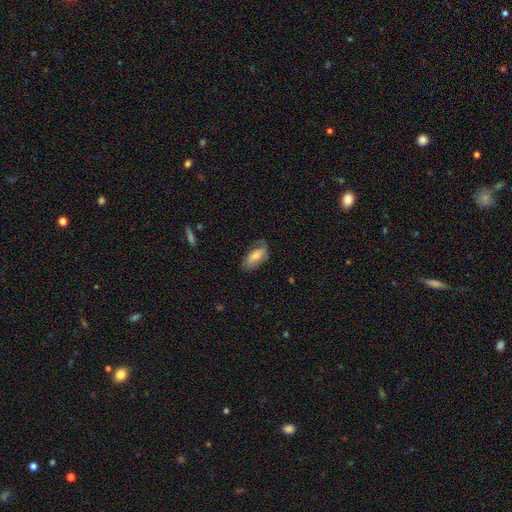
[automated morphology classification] A smooth galaxy with no disk features (54%) that is in between round and cigar-shaped (87%). Merging: none (60%).